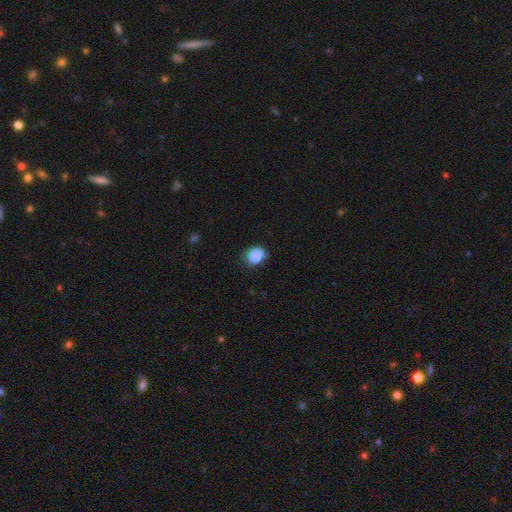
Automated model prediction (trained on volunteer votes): A smooth galaxy with no disk features (87%) that is round (61%).

Vote fractions:
- Smooth or featured? smooth: 87% / star or artifact: 9% / featured or disk: 4%
- How rounded? round: 61% / in between: 38% / cigar-shaped: 1%
- Merging? none: 77% / minor disturbance: 19% / major disturbance: 3% / merger: 1%